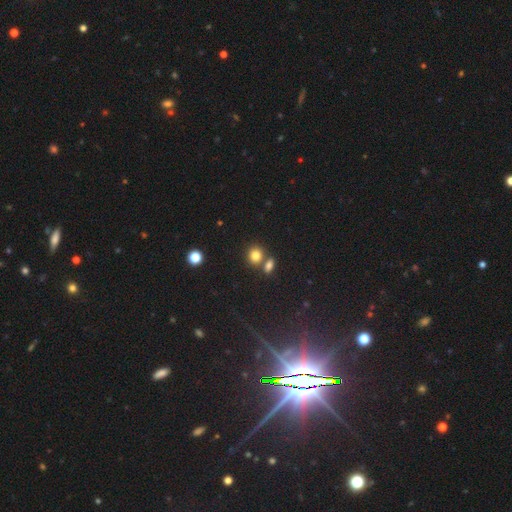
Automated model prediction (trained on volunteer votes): A smooth galaxy with no disk features (81%) that is round (72%). Merging: none (56%).